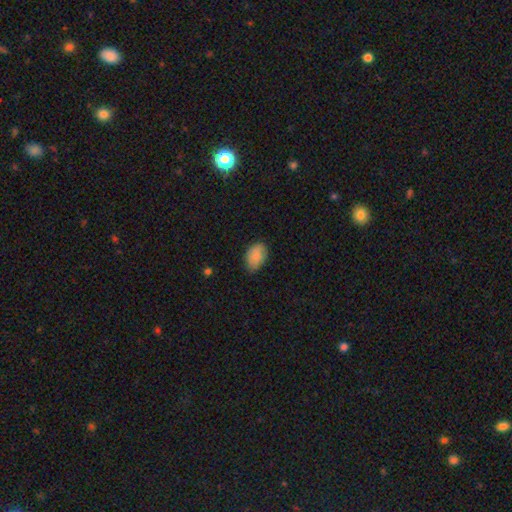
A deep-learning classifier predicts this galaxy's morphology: A smooth galaxy with no disk features (86%) that is in between round and cigar-shaped (88%). Merging: none (74%).